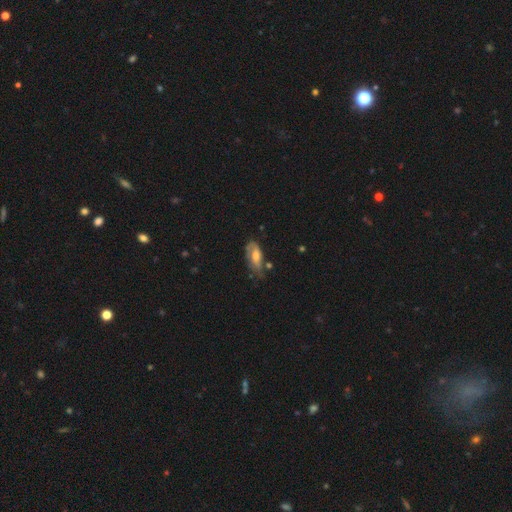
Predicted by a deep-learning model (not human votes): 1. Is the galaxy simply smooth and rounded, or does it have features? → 47% featured or disk, 45% smooth, 7% star or artifact.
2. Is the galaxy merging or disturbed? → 46% none, 33% minor disturbance, 16% major disturbance, 5% merger.